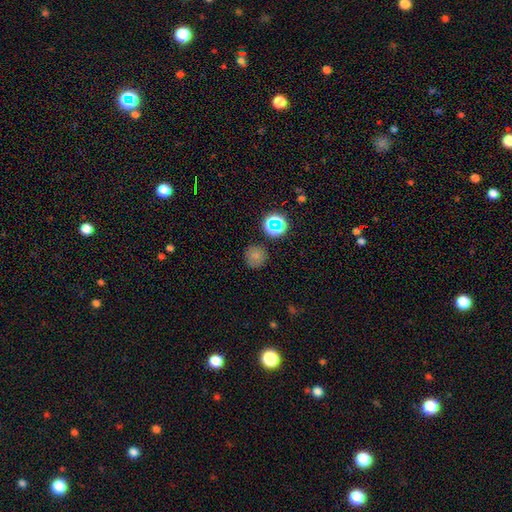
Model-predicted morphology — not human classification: Smooth or featured? smooth (73%)
How rounded? round (93%)
Merging? none (83%)